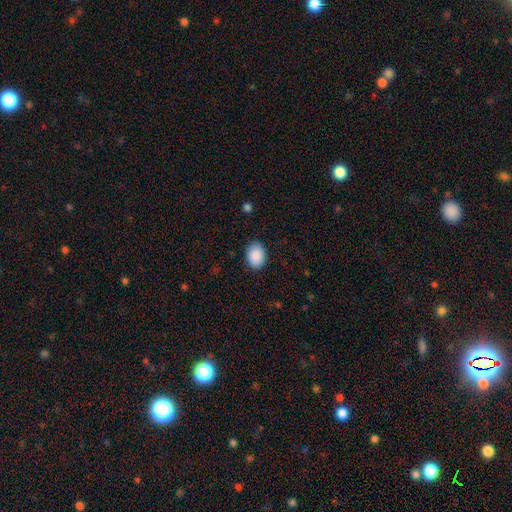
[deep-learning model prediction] This appears to be a smooth galaxy with no disk features (90%) that is in between round and cigar-shaped (76%). Merging: none (86%).